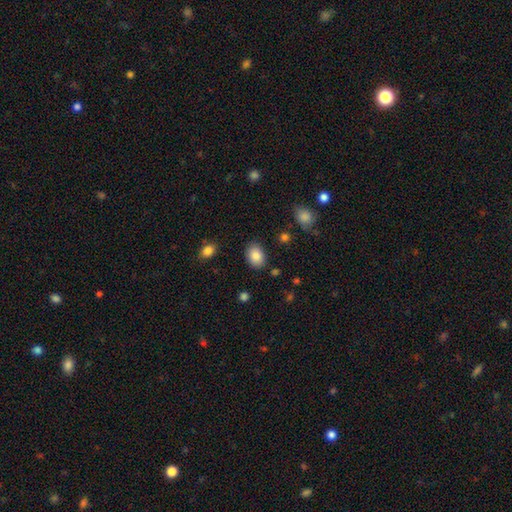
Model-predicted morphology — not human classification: Smooth or featured? Predicted: smooth (p=0.85). How rounded? Predicted: in between (p=0.82). Merging? Predicted: none (p=0.85).